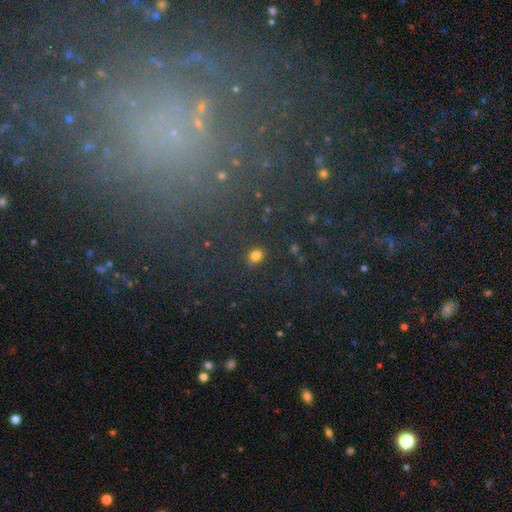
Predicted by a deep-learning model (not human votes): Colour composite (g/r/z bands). It shows a smooth galaxy with no disk features (76%) that is in between round and cigar-shaped (49%, tied with round). Merging: none (81%).